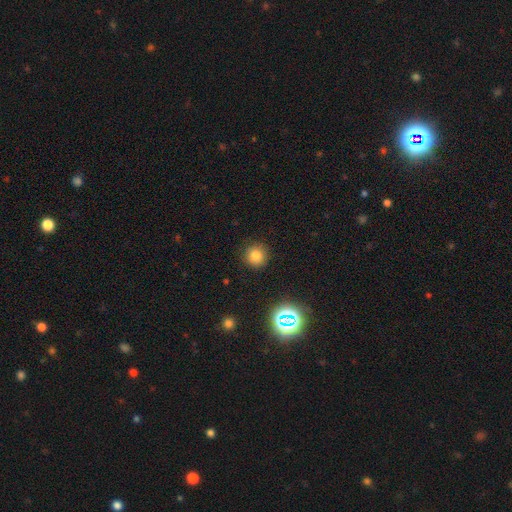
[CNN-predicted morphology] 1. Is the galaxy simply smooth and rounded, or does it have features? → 77% smooth, 16% star or artifact, 7% featured or disk.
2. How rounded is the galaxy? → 93% round, 6% in between, 1% cigar-shaped.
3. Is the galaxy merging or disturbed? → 90% none, 7% minor disturbance, 2% major disturbance, 1% merger.